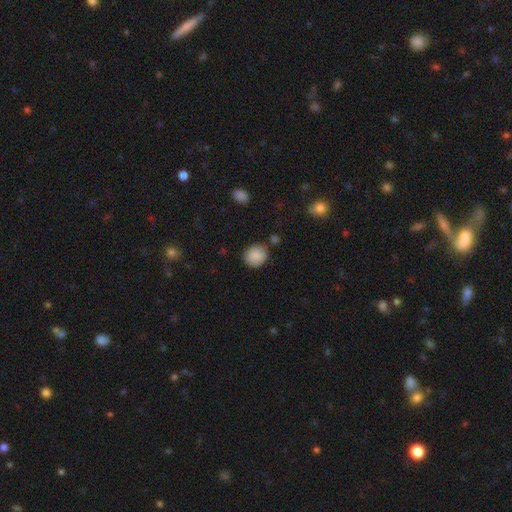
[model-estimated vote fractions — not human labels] Smooth or featured: smooth — 89% (star or artifact — 8%)
How rounded: round — 77% (in between — 22%)
Merging: none — 80% (minor disturbance — 13%)